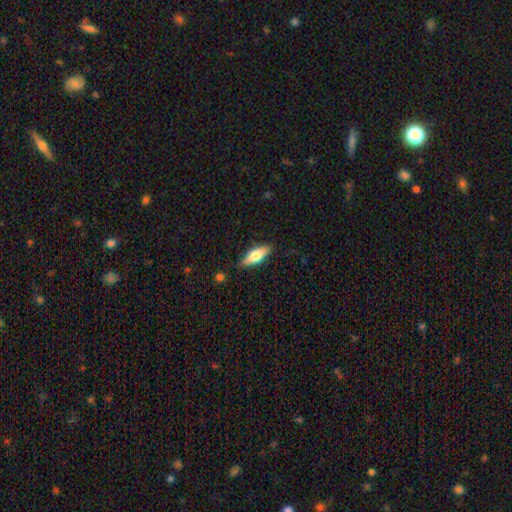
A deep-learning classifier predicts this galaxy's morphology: This is likely a smooth galaxy (66%). How rounded: likely in between (66%). Merging: clearly none (83%).